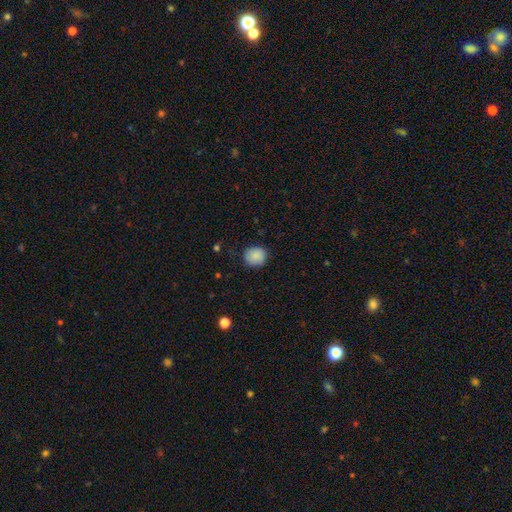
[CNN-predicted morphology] Q: Smooth or featured?
A: smooth (88%); runner-up: star or artifact (8%)
Q: How rounded?
A: round (87%); runner-up: in between (12%)
Q: Merging?
A: none (84%); runner-up: minor disturbance (12%)